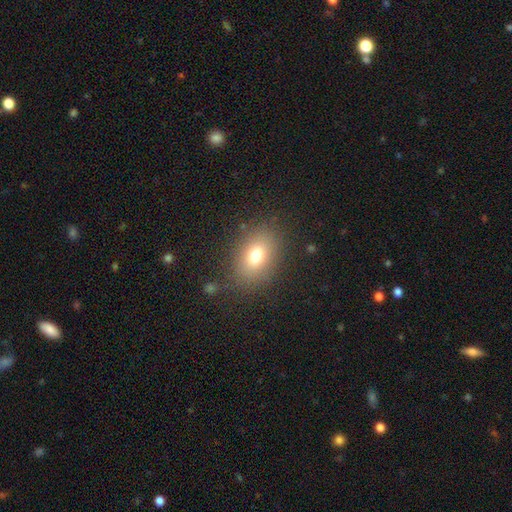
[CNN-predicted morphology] Smooth or featured? Predicted: smooth (p=0.75). How rounded? Predicted: in between (p=0.75). Merging? Predicted: none (p=0.83).